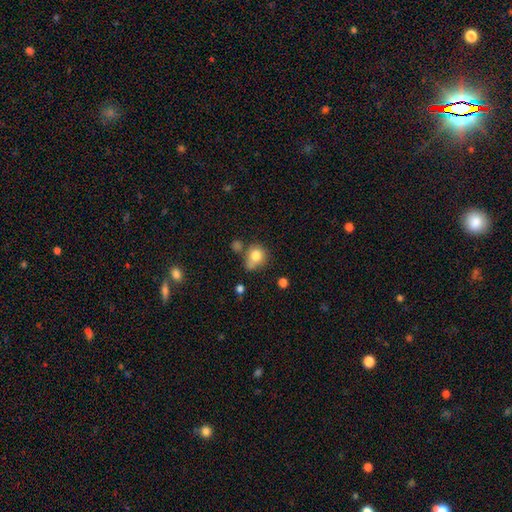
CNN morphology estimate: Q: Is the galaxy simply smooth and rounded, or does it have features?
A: smooth — 79%.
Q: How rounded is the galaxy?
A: round — 75%.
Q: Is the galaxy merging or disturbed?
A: none — 49%.